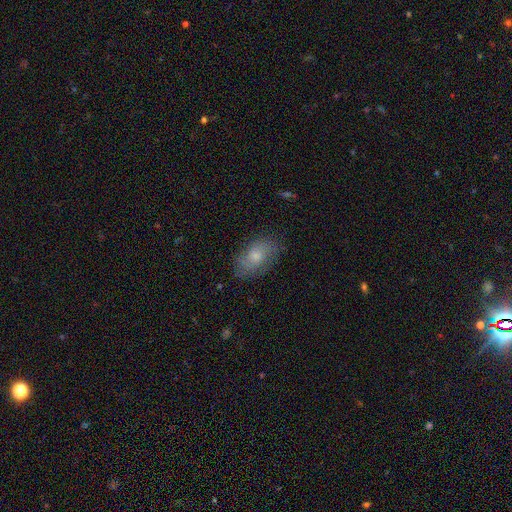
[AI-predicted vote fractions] smooth-or-featured: smooth: 60% | featured or disk: 32% | star or artifact: 8%
  how-rounded: in between: 89% | round: 8% | cigar-shaped: 3%
  merging: none: 74% | minor disturbance: 19% | major disturbance: 5% | merger: 1%